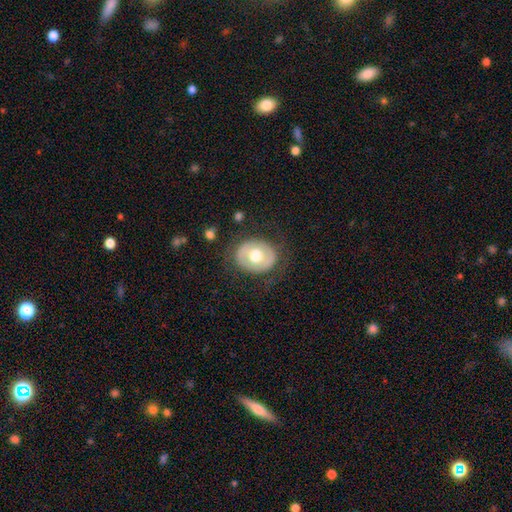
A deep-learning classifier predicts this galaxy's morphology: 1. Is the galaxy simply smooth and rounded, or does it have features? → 51% smooth, 42% featured or disk, 6% star or artifact.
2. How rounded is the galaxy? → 60% round, 39% in between, 1% cigar-shaped.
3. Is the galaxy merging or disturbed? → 80% none, 13% minor disturbance, 6% major disturbance, 1% merger.